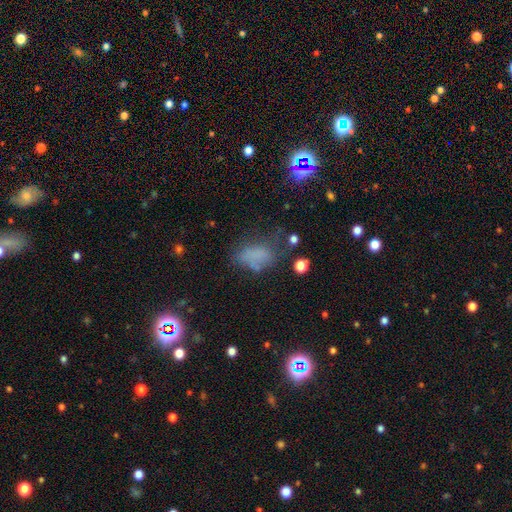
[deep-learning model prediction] smooth 64%, star or artifact 20%, featured or disk 16%. Down the decision tree: how rounded — in between (83%); merging — none (43%).